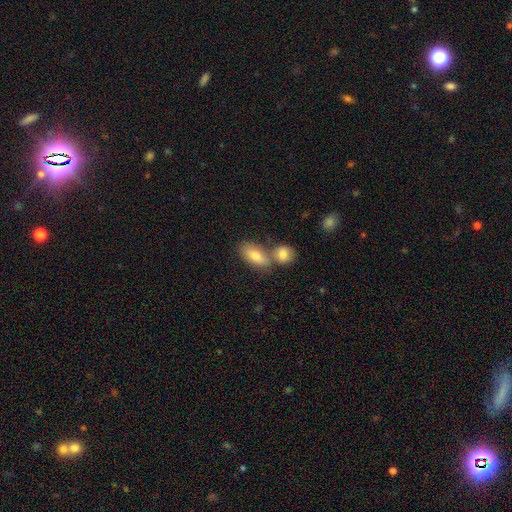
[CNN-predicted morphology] Q: Smooth or featured?
A: smooth (78%); runner-up: featured or disk (15%)
Q: How rounded?
A: in between (85%); runner-up: cigar-shaped (10%)
Q: Merging?
A: merger (44%); runner-up: none (43%)